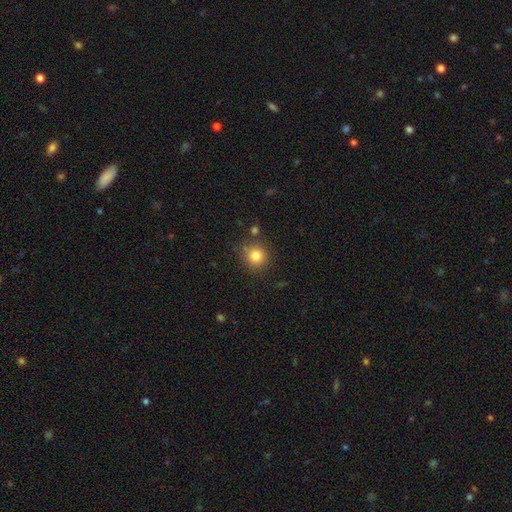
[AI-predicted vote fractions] smooth_or_featured: smooth (p=0.82) [alt: star or artifact p=0.12]
how_rounded: round (p=0.90) [alt: in between p=0.09]
merging: none (p=0.81) [alt: minor disturbance p=0.11]